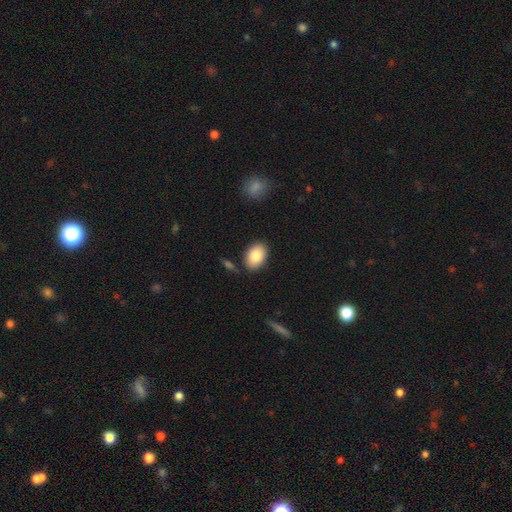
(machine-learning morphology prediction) Q: Smooth or featured?
A: smooth (85%); runner-up: featured or disk (9%)
Q: How rounded?
A: in between (86%); runner-up: round (12%)
Q: Merging?
A: none (83%); runner-up: minor disturbance (11%)